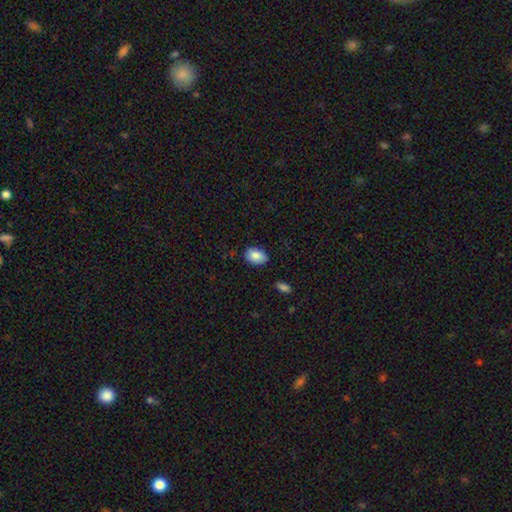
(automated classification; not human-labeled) Smooth or featured?
  - smooth: 86% *
  - star or artifact: 7%
  - featured or disk: 7%
How rounded?
  - in between: 86% *
  - round: 13%
  - cigar-shaped: 1%
Merging?
  - none: 85% *
  - minor disturbance: 11%
  - major disturbance: 2%
  - merger: 2%